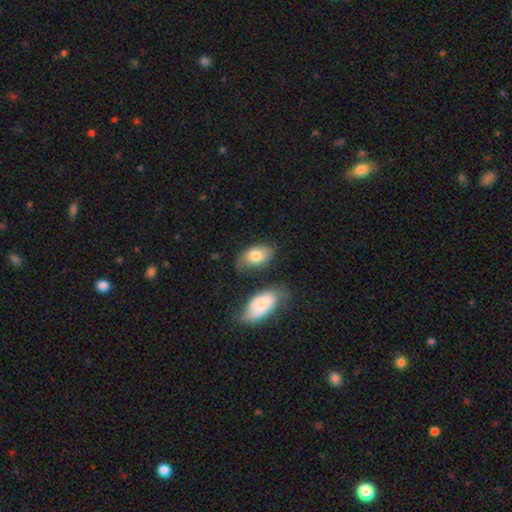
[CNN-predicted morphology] A smooth galaxy with no disk features (78%) that is in between round and cigar-shaped (92%).

Vote fractions:
- Smooth or featured? smooth: 78% / featured or disk: 15% / star or artifact: 7%
- How rounded? in between: 92% / round: 6% / cigar-shaped: 2%
- Merging? none: 60% / minor disturbance: 22% / merger: 11% / major disturbance: 7%